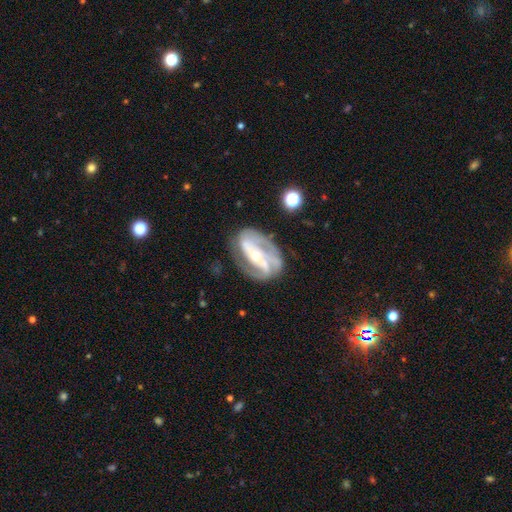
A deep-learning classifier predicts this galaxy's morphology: smooth_or_featured: featured or disk (p=0.87) [alt: smooth p=0.08]
disk_edge_on: no (p=0.95) [alt: yes p=0.05]
bar: strong (p=0.57) [alt: weak p=0.23]
has_spiral_arms: yes (p=0.93) [alt: no p=0.07]
spiral_winding: medium (p=0.42) [alt: tight p=0.39]
spiral_arm_count: 2 (p=0.63) [alt: 3 p=0.16]
bulge_size: small (p=0.54) [alt: moderate p=0.42]
merging: none (p=0.67) [alt: minor disturbance p=0.19]